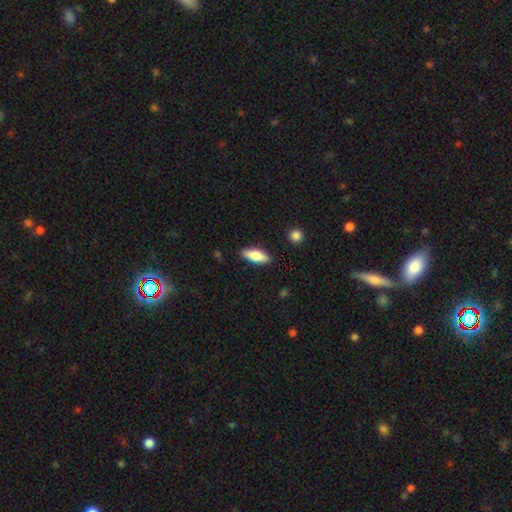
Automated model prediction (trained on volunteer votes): Overall: smooth (78%). How rounded: in between (66%; cigar-shaped 31%). Merging: none (88%).